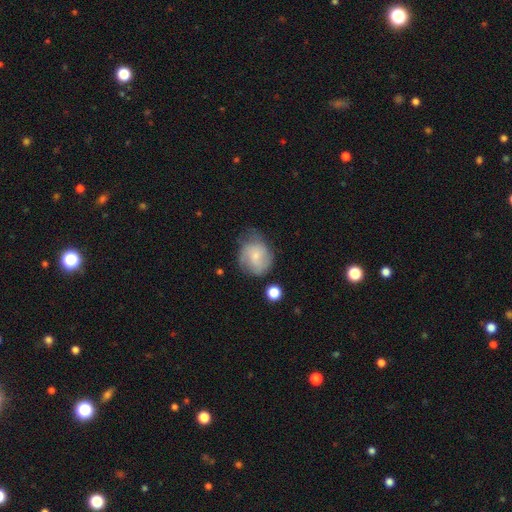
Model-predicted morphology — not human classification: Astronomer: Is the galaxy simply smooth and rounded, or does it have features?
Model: smooth — 54% (runner-up: featured or disk, 38%).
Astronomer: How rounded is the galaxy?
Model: round — 68%.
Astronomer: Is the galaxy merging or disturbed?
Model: none — 51% (runner-up: minor disturbance, 30%).